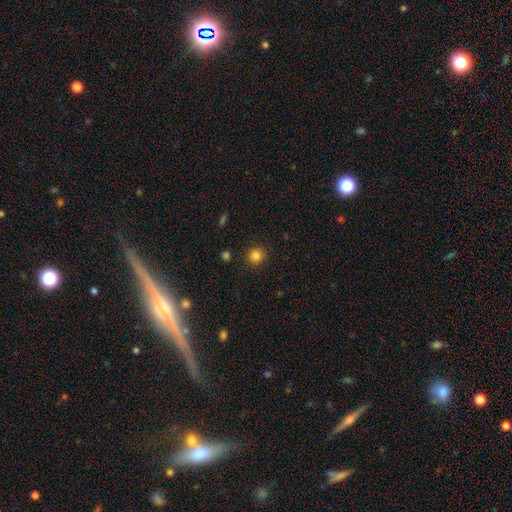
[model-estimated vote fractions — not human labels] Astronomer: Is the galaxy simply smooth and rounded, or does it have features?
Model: smooth — 84%.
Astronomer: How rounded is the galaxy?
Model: round — 92%.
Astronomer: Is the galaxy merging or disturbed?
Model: none — 90%.